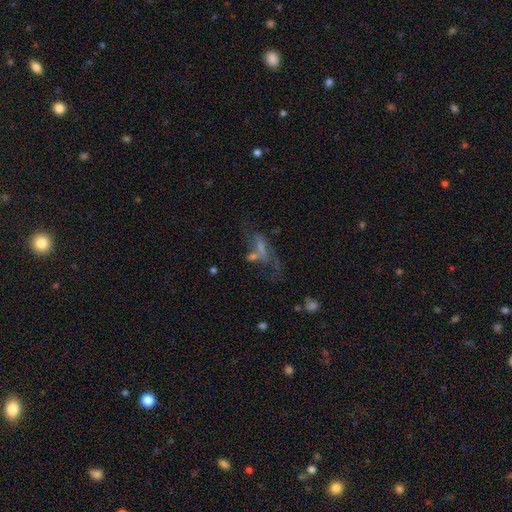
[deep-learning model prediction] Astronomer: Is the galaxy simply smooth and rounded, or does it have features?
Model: featured or disk — 52%.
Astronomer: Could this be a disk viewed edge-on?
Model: no — 87%.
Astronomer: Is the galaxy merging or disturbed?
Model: none — 35% (runner-up: major disturbance, 30%).